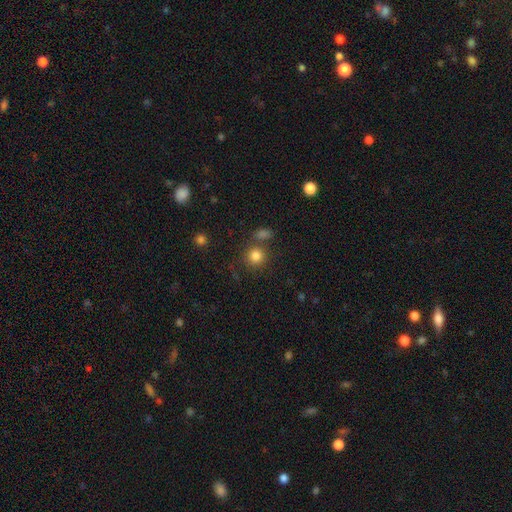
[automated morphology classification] A smooth galaxy with no disk features (82%) that is round (89%).

Vote fractions:
- Smooth or featured? smooth: 82% / star or artifact: 11% / featured or disk: 6%
- How rounded? round: 89% / in between: 10% / cigar-shaped: 1%
- Merging? none: 69% / merger: 15% / minor disturbance: 11% / major disturbance: 5%